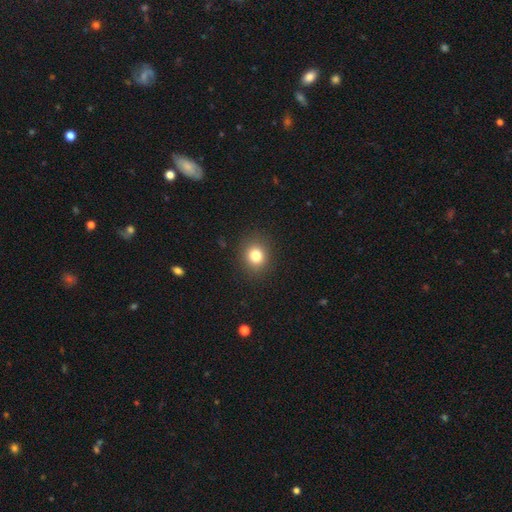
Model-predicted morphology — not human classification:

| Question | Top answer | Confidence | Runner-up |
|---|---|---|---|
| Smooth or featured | smooth | 81% | star or artifact (12%) |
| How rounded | round | 77% | in between (22%) |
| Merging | none | 89% | minor disturbance (7%) |